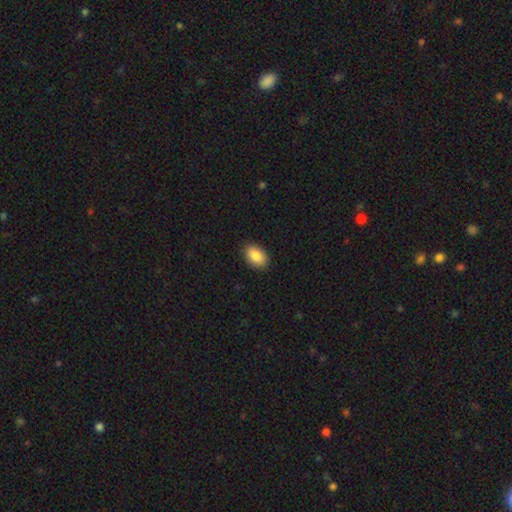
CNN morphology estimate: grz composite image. It shows a smooth galaxy with no disk features (87%) that is in between round and cigar-shaped (91%). Merging: none (88%).